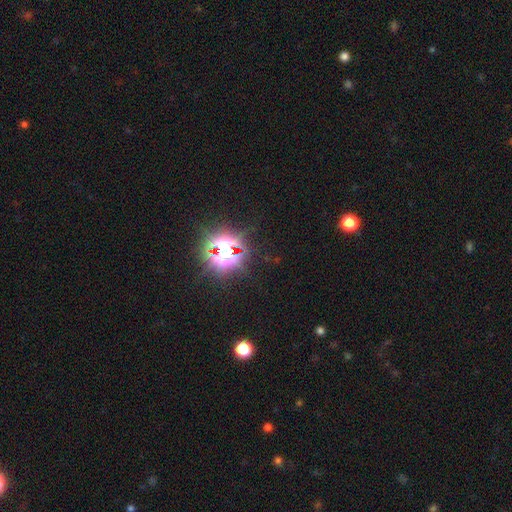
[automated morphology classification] Smooth or featured? Predicted: star or artifact (p=0.84).